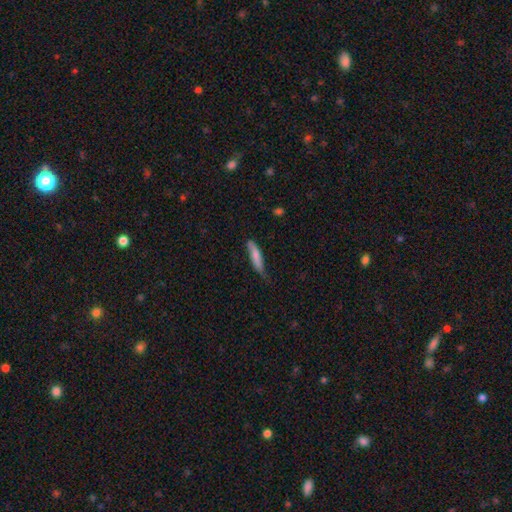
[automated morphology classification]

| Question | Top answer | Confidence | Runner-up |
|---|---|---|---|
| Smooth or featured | smooth | 73% | featured or disk (22%) |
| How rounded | cigar-shaped | 79% | in between (19%) |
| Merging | none | 52% | minor disturbance (37%) |